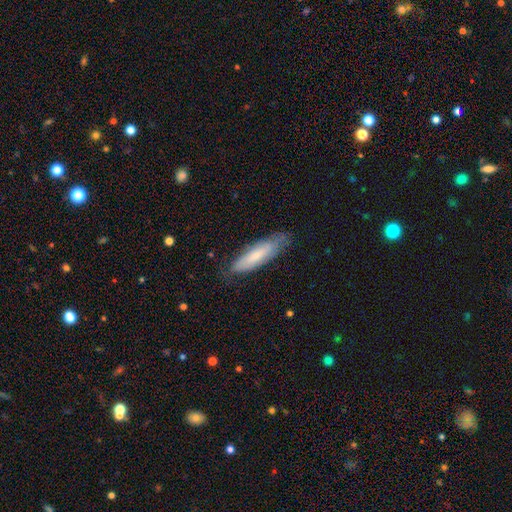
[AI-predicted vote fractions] Q: Smooth or featured?
A: smooth (63%); runner-up: featured or disk (31%)
Q: How rounded?
A: cigar-shaped (61%); runner-up: in between (38%)
Q: Merging?
A: none (74%); runner-up: minor disturbance (20%)